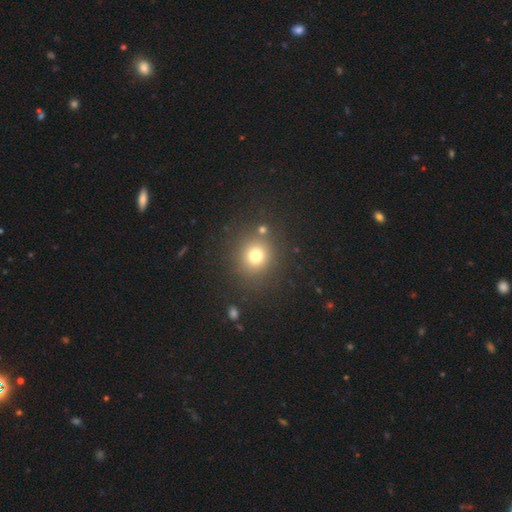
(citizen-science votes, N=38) Smooth or featured? smooth (71%)
How rounded? round (89%)
Merging? none (79%)